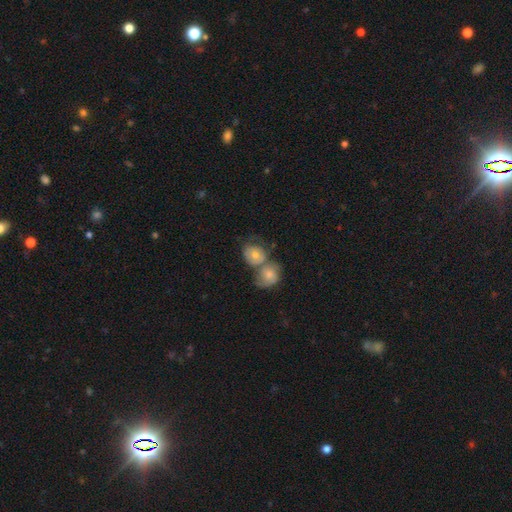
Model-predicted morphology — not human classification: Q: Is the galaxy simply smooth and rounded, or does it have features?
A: featured or disk — 44%.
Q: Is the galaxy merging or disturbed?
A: merger — 55%.